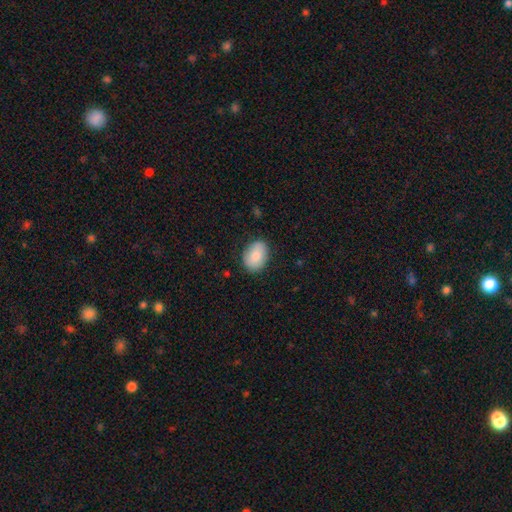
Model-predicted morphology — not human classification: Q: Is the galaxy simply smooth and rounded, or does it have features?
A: smooth — 83%.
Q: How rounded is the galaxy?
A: in between — 77%.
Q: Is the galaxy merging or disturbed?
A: none — 83%.